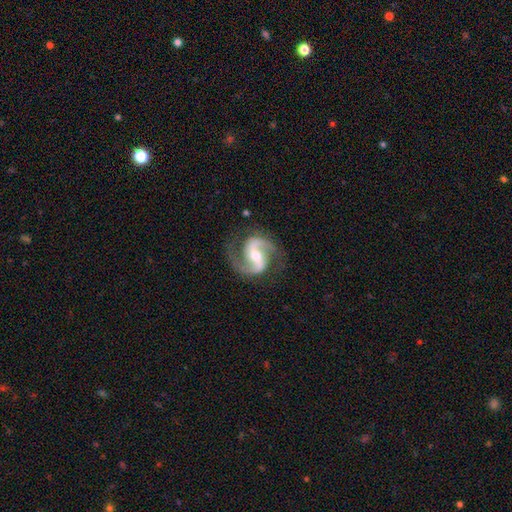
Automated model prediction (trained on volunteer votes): featured or disk 93%, star or artifact 4%, smooth 3%. Down the decision tree: edge-on disk — no (98%); bar — strong (40%); spiral arms — yes (98%); spiral arm count — 2 (94%); spiral winding — medium (58%); bulge size — moderate (56%); merging — none (81%).